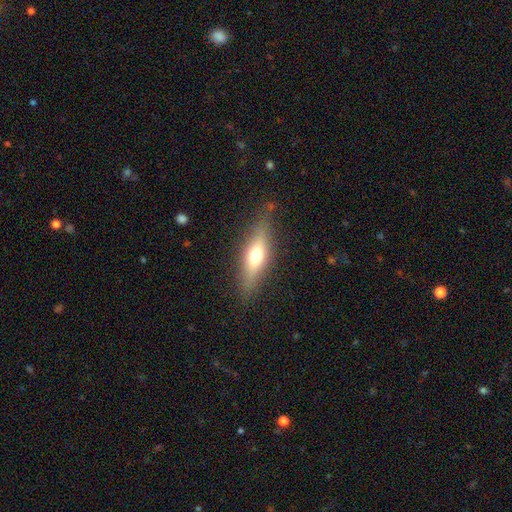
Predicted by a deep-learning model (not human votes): Q: Smooth or featured?
A: smooth (50%); runner-up: featured or disk (42%)
Q: How rounded?
A: cigar-shaped (57%); runner-up: in between (39%)
Q: Merging?
A: none (83%); runner-up: minor disturbance (12%)